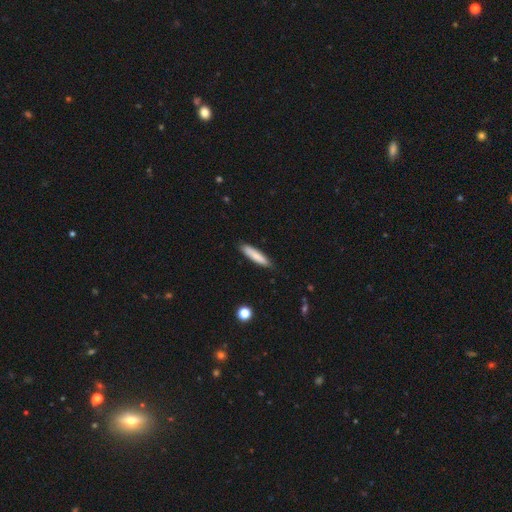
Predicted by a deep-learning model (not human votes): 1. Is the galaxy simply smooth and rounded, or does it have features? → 81% smooth, 13% featured or disk, 6% star or artifact.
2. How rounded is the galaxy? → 83% cigar-shaped, 16% in between, 1% round.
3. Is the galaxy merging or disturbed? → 86% none, 11% minor disturbance, 2% major disturbance, 1% merger.